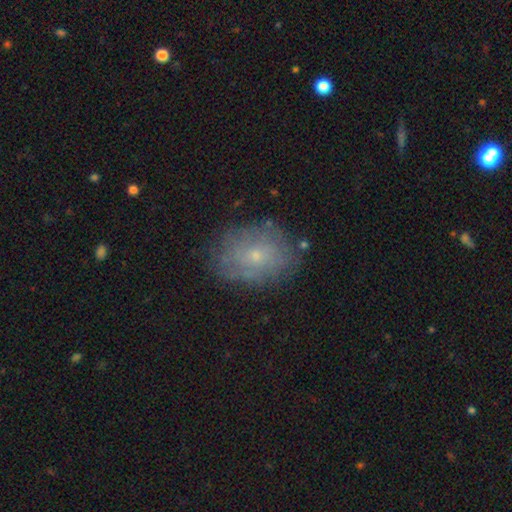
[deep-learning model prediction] smooth_or_featured: smooth (p=0.47) [alt: featured or disk p=0.43]
merging: none (p=0.75) [alt: minor disturbance p=0.18]